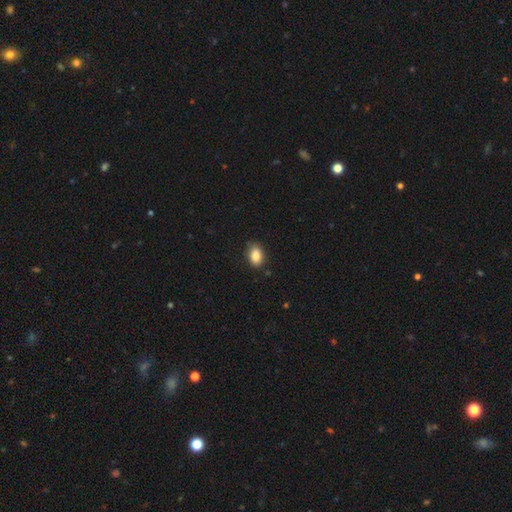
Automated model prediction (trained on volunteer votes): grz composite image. It shows a smooth galaxy with no disk features (87%) that is in between round and cigar-shaped (86%). Merging: none (84%).